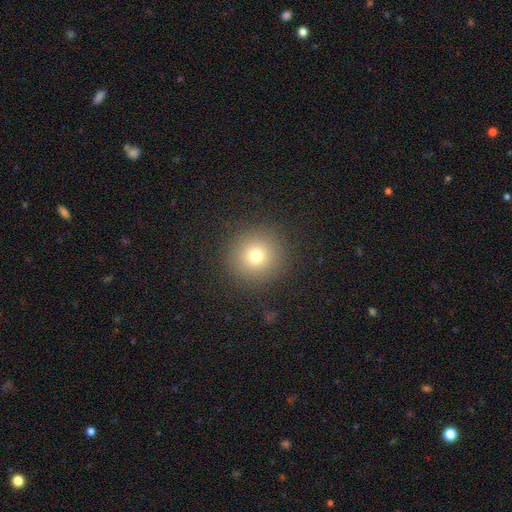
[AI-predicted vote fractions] This is likely a smooth galaxy (75%). How rounded: clearly round (95%). Merging: clearly none (90%).